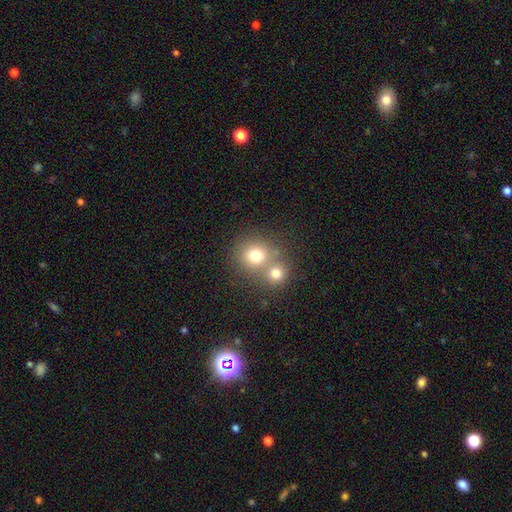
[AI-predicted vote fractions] Morphology: type=smooth (74%); roundness=round (86%); merging=none (49%).